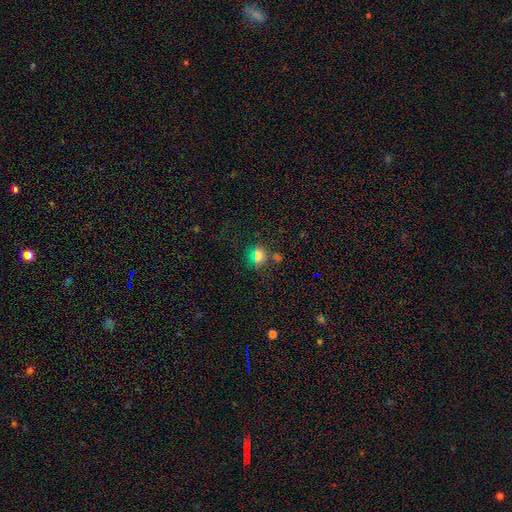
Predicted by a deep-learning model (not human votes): The model was most divided on "smooth or featured": smooth: 66%, star or artifact: 25%, featured or disk: 9%. More confident: merging — none (81%); how rounded — round (71%).